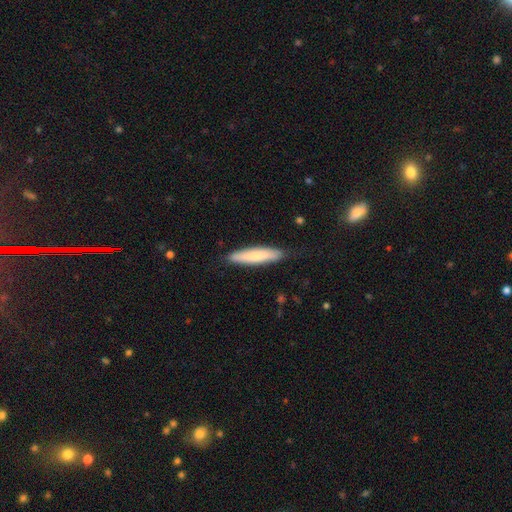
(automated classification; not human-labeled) Smooth or featured: smooth — 73% (featured or disk — 22%)
How rounded: cigar-shaped — 85% (in between — 13%)
Merging: none — 83% (minor disturbance — 13%)